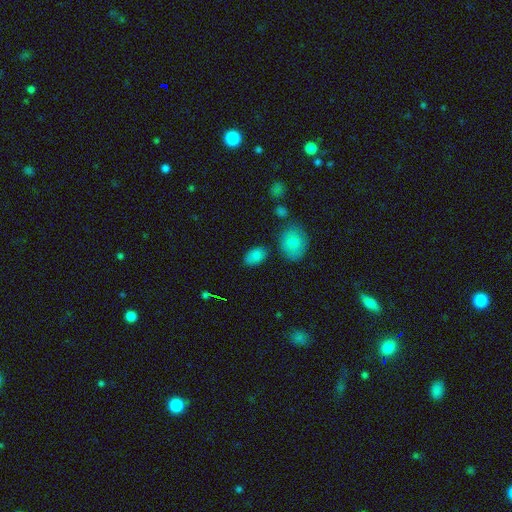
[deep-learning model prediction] smooth_or_featured: smooth (p=0.85) [alt: star or artifact p=0.09]
how_rounded: in between (p=0.89) [alt: round p=0.09]
merging: none (p=0.80) [alt: minor disturbance p=0.13]